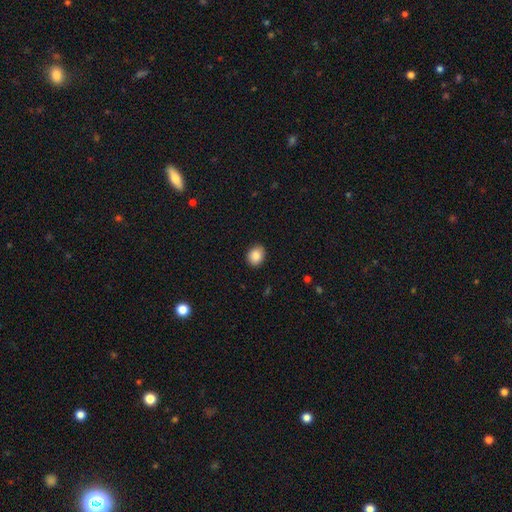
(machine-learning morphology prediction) Overall: smooth (87%). How rounded: round (59%; in between 41%). Merging: none (88%).